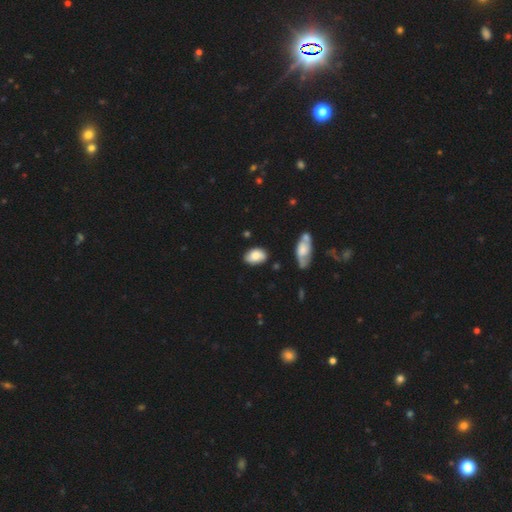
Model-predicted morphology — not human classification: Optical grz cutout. It shows a smooth galaxy with no disk features (72%) that is in between round and cigar-shaped (87%). Merging: none (72%).